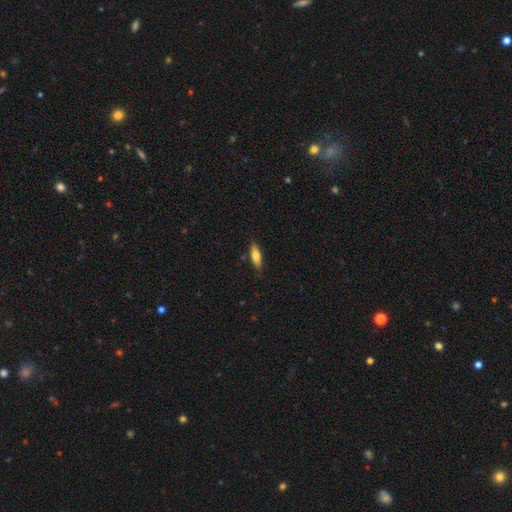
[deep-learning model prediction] Overall: smooth (67%; featured or disk 27%). How rounded: cigar-shaped (53%; in between 45%). Merging: none (84%).